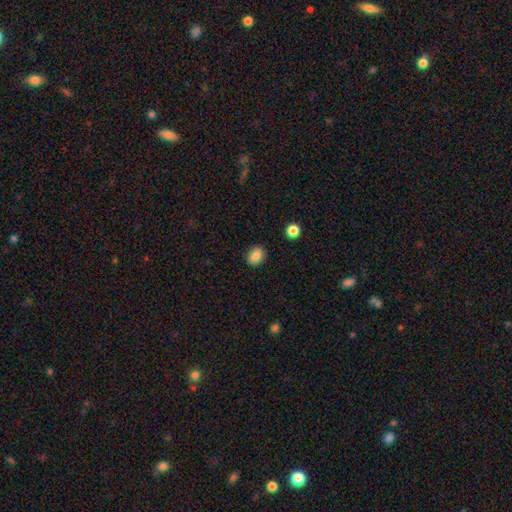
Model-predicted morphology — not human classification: This is clearly a smooth galaxy (86%). How rounded: possibly in between (51%). Merging: clearly none (89%).